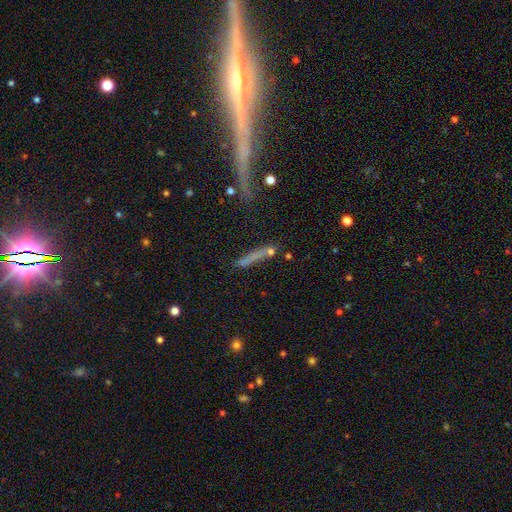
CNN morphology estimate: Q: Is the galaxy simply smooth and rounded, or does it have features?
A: smooth — 61%.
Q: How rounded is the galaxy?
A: cigar-shaped — 90%.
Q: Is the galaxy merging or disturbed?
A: none — 62%.